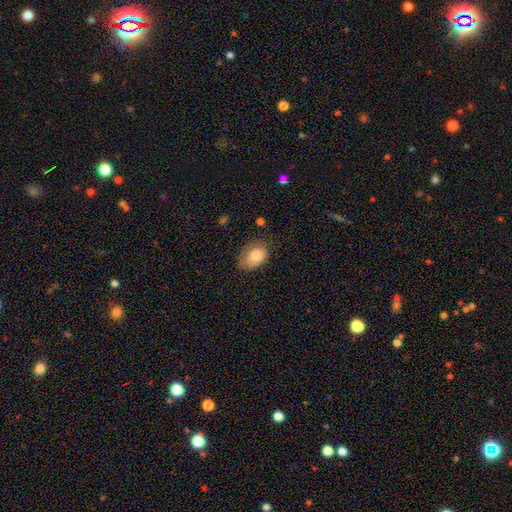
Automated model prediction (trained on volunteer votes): A smooth galaxy with no disk features (79%) that is in between round and cigar-shaped (83%). Merging: none (49%).